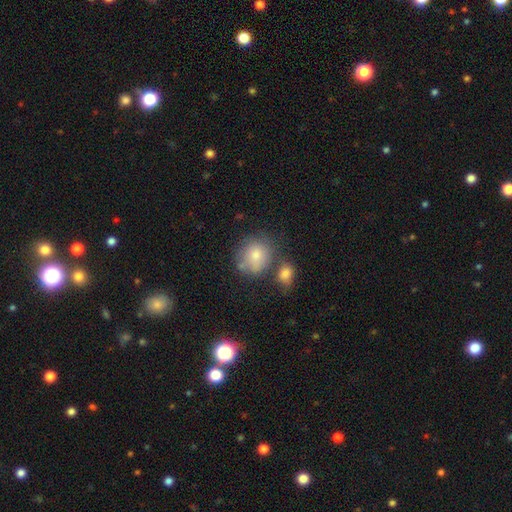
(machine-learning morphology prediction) smooth 75%, featured or disk 14%, star or artifact 11%. Down the decision tree: how rounded — round (81%); merging — none (57%).